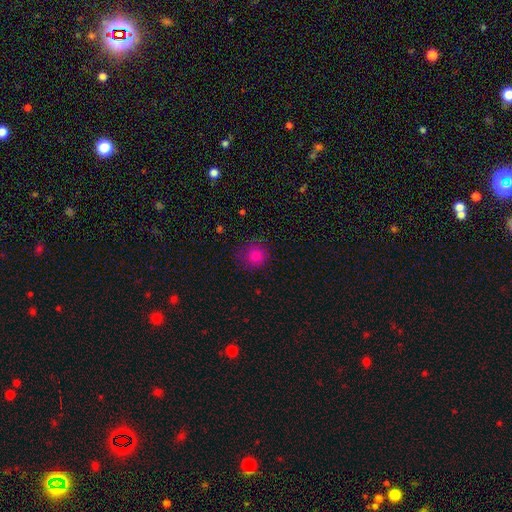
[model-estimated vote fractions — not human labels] Smooth or featured: smooth — 81% (star or artifact — 13%)
How rounded: round — 90% (in between — 10%)
Merging: none — 78% (minor disturbance — 16%)